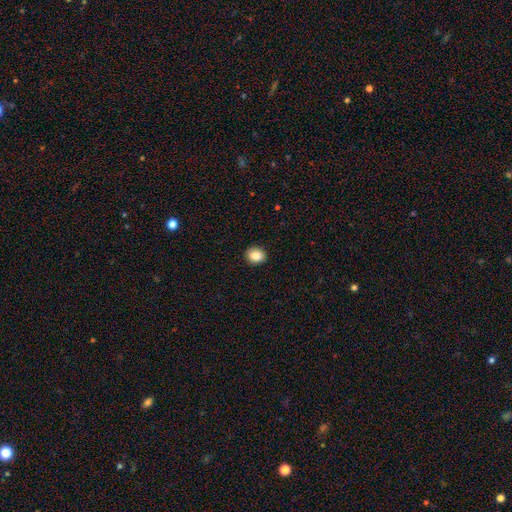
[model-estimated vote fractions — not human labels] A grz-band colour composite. It shows a smooth galaxy with no disk features (88%) that is round (62%). Merging: none (91%).